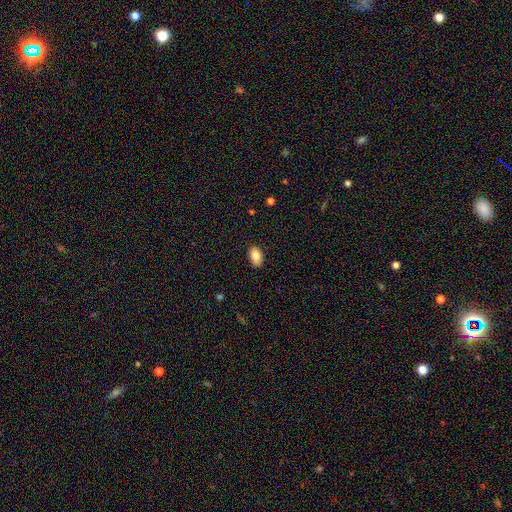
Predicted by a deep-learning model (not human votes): Q: Smooth or featured?
A: smooth (83%); runner-up: featured or disk (9%)
Q: How rounded?
A: in between (91%); runner-up: round (7%)
Q: Merging?
A: none (89%); runner-up: minor disturbance (9%)